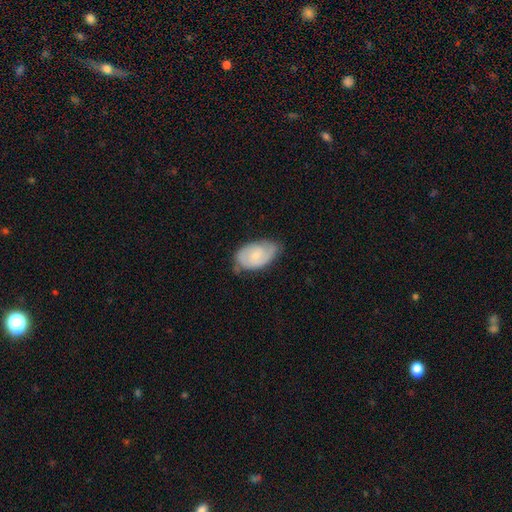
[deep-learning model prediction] A featured or disk galaxy (57%) with no bar (65%), spiral arms (87%) and a small central bulge (63%). Merging: none (63%).